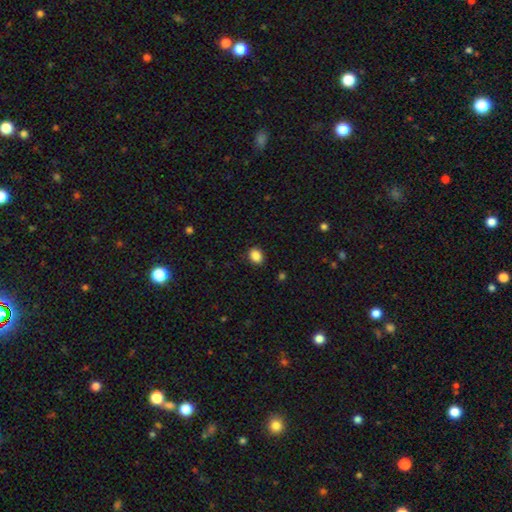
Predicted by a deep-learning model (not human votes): Smooth or featured?
  - smooth: 88% *
  - star or artifact: 9%
  - featured or disk: 3%
How rounded?
  - in between: 56% *
  - round: 43%
  - cigar-shaped: 1%
Merging?
  - none: 88% *
  - minor disturbance: 8%
  - major disturbance: 2%
  - merger: 1%